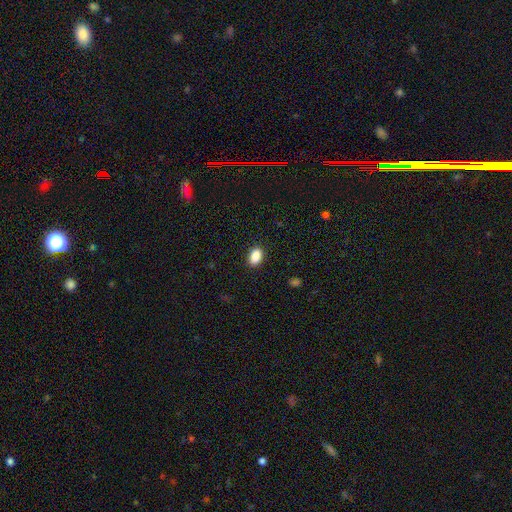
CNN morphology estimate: Smooth or featured: smooth — 89% (star or artifact — 8%)
How rounded: in between — 88% (round — 9%)
Merging: none — 88% (minor disturbance — 8%)